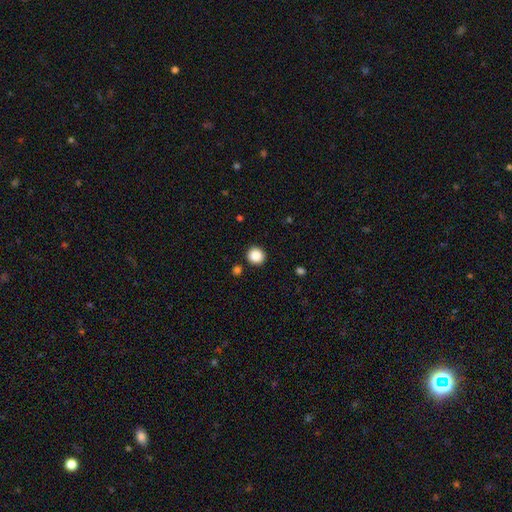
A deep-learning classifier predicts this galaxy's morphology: Smooth or featured? smooth (87%)
How rounded? round (93%)
Merging? none (90%)